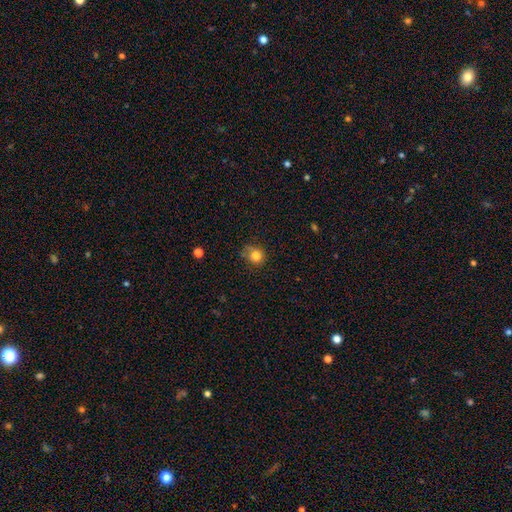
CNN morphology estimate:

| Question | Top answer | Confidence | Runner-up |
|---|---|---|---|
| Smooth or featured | smooth | 81% | star or artifact (11%) |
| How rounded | round | 80% | in between (19%) |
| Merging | none | 60% | minor disturbance (29%) |